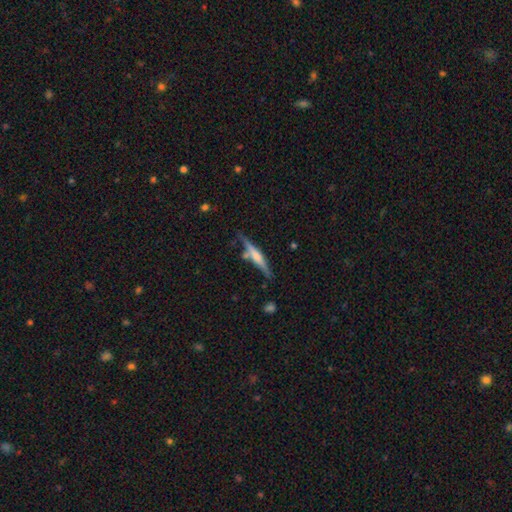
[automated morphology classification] type=featured or disk (60%); edge-on=yes (97%); edge-on bulge=rounded (64%); merging=none (73%).